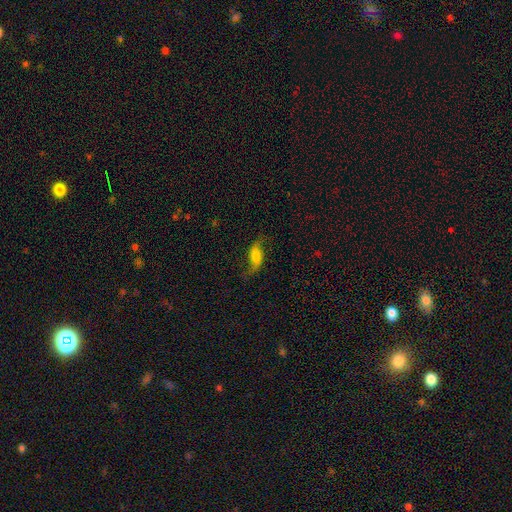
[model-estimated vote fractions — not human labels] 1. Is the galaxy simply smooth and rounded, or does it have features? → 62% featured or disk, 28% smooth, 10% star or artifact.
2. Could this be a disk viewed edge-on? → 91% no, 9% yes.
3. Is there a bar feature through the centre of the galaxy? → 49% no, 35% weak, 16% strong.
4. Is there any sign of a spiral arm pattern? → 92% yes, 8% no.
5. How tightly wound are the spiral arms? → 88% loose, 10% medium, 3% tight.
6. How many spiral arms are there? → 92% 2, 3% 1, 2% can't tell, 1% 3, 1% 4, 1% more than 4.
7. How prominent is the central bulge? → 26% small, 25% moderate, 24% none, 18% large, 6% dominant.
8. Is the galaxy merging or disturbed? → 71% none, 16% minor disturbance, 11% major disturbance, 2% merger.